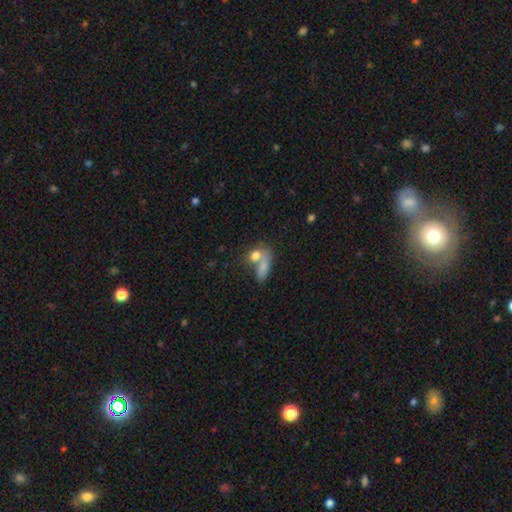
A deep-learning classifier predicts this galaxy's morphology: This is likely a smooth galaxy (76%). How rounded: possibly in between (58%). Merging: possibly merger (51%).